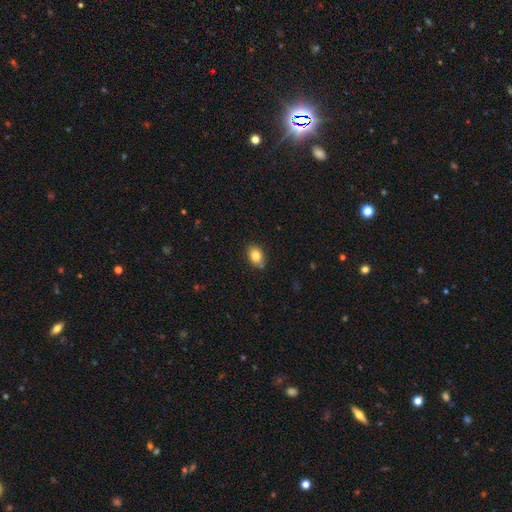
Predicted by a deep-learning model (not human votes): Q: Smooth or featured?
A: smooth (84%); runner-up: star or artifact (9%)
Q: How rounded?
A: in between (71%); runner-up: round (28%)
Q: Merging?
A: none (82%); runner-up: minor disturbance (12%)